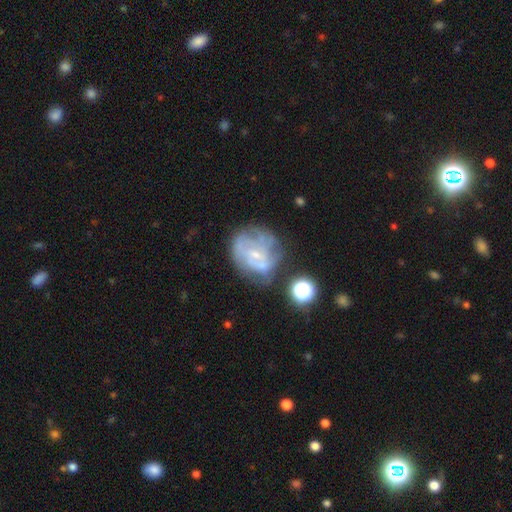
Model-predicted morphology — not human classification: smooth_or_featured: featured or disk (p=0.65) [alt: smooth p=0.23]
disk_edge_on: no (p=0.97) [alt: yes p=0.03]
bar: no (p=0.57) [alt: weak p=0.35]
has_spiral_arms: yes (p=0.58) [alt: no p=0.42]
bulge_size: small (p=0.67) [alt: moderate p=0.19]
merging: none (p=0.46) [alt: minor disturbance p=0.22]